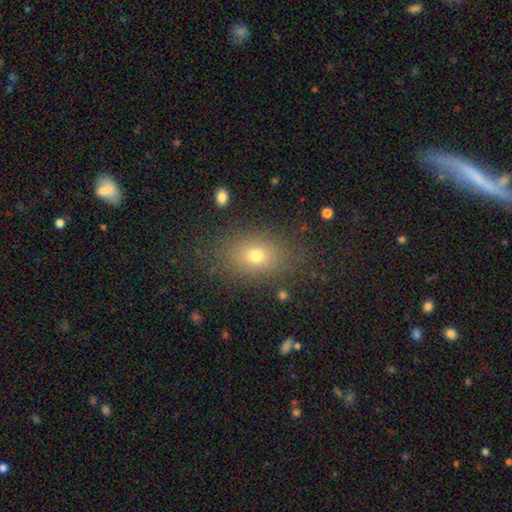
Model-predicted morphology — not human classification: Overall: smooth (72%). How rounded: in between (74%). Merging: none (82%).